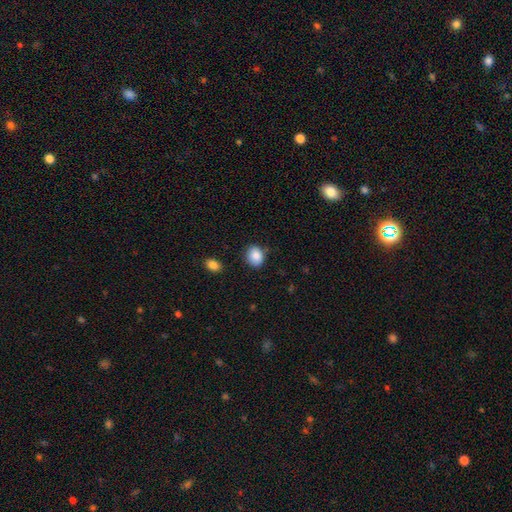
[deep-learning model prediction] Smooth or featured? smooth (87%)
How rounded? round (56%)
Merging? none (81%)